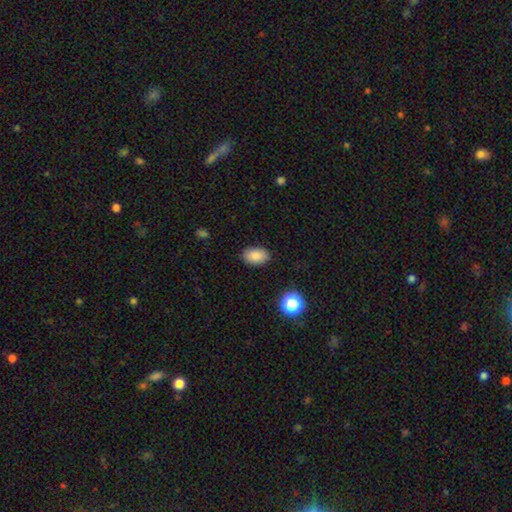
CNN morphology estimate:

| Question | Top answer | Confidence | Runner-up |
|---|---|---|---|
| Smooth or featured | smooth | 85% | star or artifact (10%) |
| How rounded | in between | 87% | round (12%) |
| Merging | none | 87% | minor disturbance (9%) |